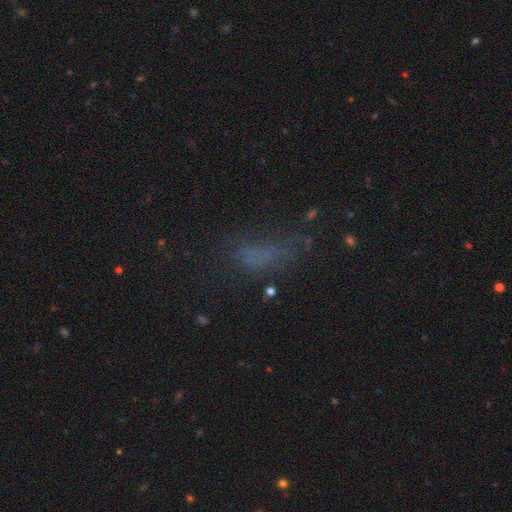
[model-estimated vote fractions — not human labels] Smooth or featured? Predicted: smooth (p=0.52). How rounded? Predicted: in between (p=0.64). Merging? Predicted: none (p=0.44).